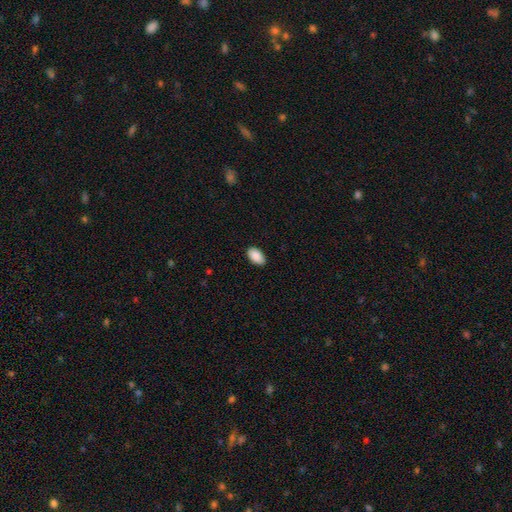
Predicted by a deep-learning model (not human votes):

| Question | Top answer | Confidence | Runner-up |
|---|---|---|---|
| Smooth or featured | smooth | 90% | star or artifact (7%) |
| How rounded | in between | 94% | round (4%) |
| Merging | none | 87% | minor disturbance (10%) |